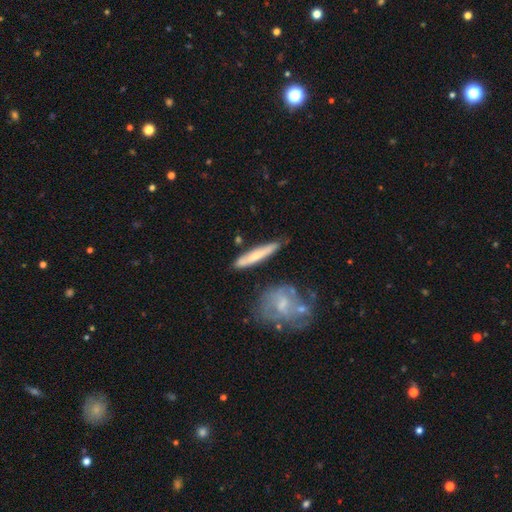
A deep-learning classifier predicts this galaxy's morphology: smooth 59%, featured or disk 35%, star or artifact 6%. Down the decision tree: how rounded — cigar-shaped (91%); merging — none (79%).